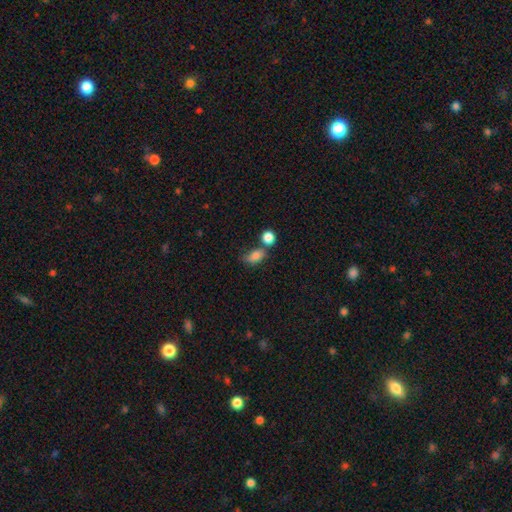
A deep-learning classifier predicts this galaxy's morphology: A smooth galaxy with no disk features (82%) that is in between round and cigar-shaped (78%). Merging: none (45%).